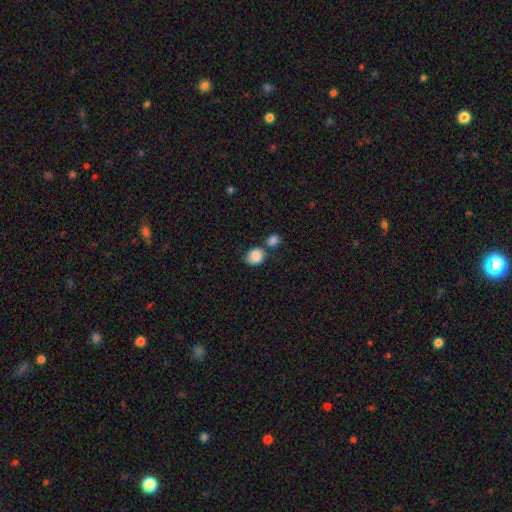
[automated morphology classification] Overall: smooth (85%). How rounded: round (68%; in between 31%). Merging: none (49%; merger 27%).